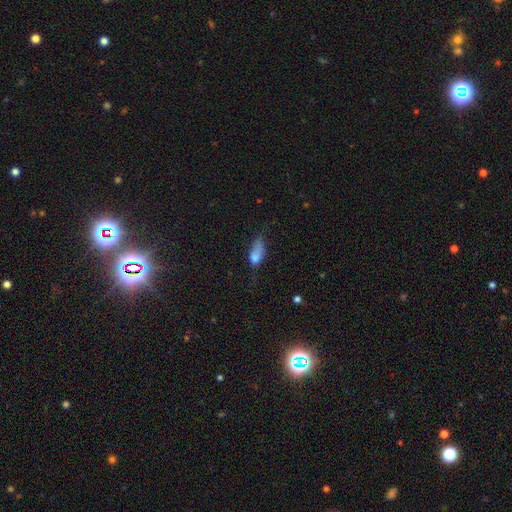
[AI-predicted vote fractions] A smooth galaxy with no disk features (74%) that is in between round and cigar-shaped (79%).

Vote fractions:
- Smooth or featured? smooth: 74% / featured or disk: 15% / star or artifact: 11%
- How rounded? in between: 79% / cigar-shaped: 16% / round: 6%
- Merging? minor disturbance: 33% / major disturbance: 32% / none: 27% / merger: 7%